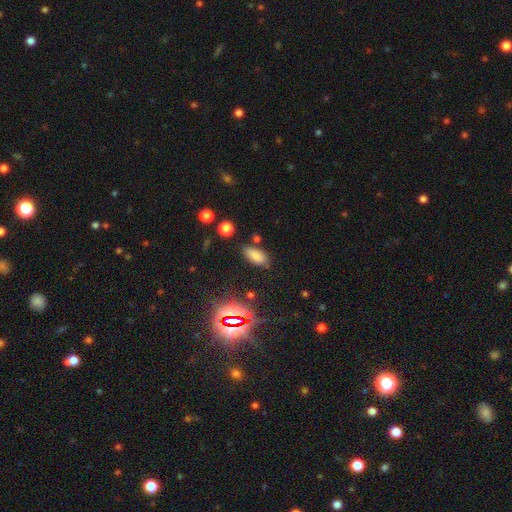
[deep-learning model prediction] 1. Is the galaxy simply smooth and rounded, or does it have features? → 75% smooth, 17% star or artifact, 8% featured or disk.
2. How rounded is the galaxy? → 88% in between, 8% cigar-shaped, 4% round.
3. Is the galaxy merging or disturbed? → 79% none, 13% minor disturbance, 4% merger, 4% major disturbance.